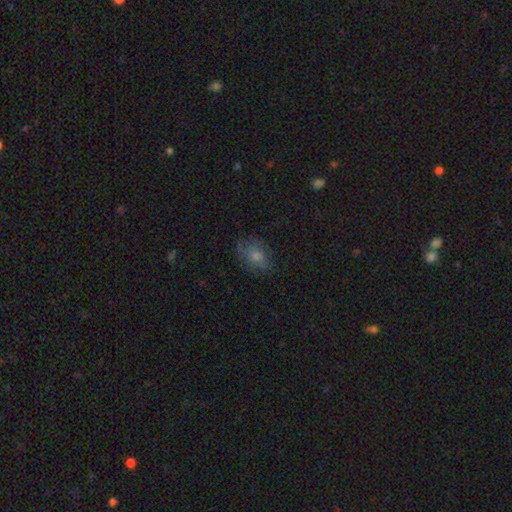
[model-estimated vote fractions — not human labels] Smooth or featured? Predicted: smooth (p=0.61). How rounded? Predicted: in between (p=0.72). Merging? Predicted: none (p=0.73).